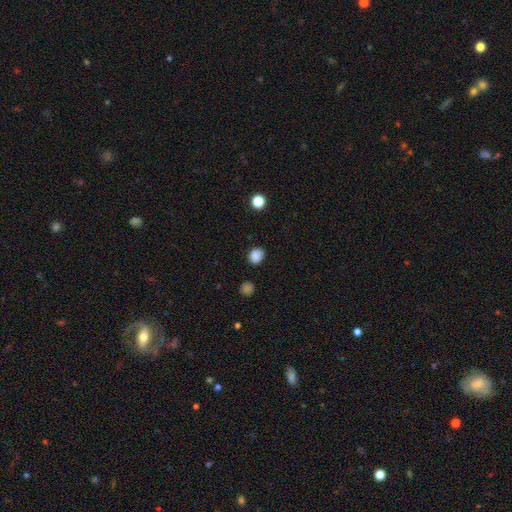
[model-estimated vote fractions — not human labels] The model was most divided on "how rounded": round: 62%, in between: 37%, cigar-shaped: 1%. More confident: smooth or featured — smooth (85%); merging — none (83%).